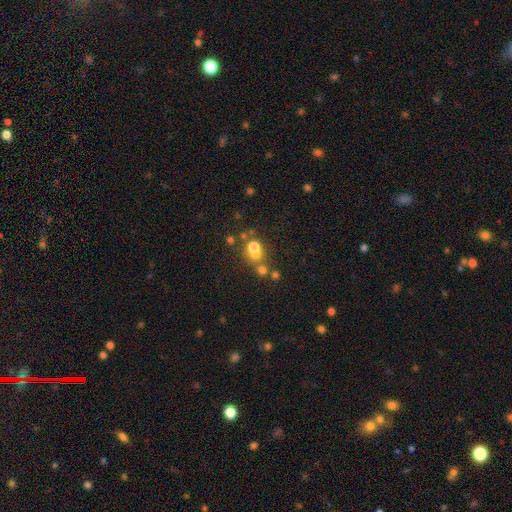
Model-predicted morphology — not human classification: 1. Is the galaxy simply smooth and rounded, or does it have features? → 61% smooth, 22% star or artifact, 17% featured or disk.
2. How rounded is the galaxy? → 53% round, 45% in between, 3% cigar-shaped.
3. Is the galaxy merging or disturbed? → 44% none, 40% merger, 11% minor disturbance, 6% major disturbance.